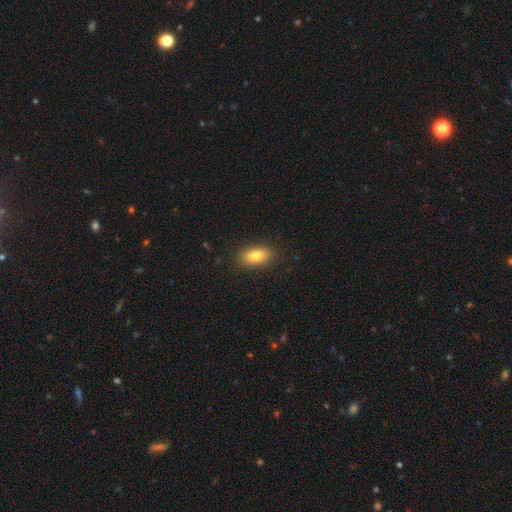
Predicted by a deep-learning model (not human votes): smooth 80%, featured or disk 11%, star or artifact 8%. Down the decision tree: how rounded — in between (87%); merging — none (87%).